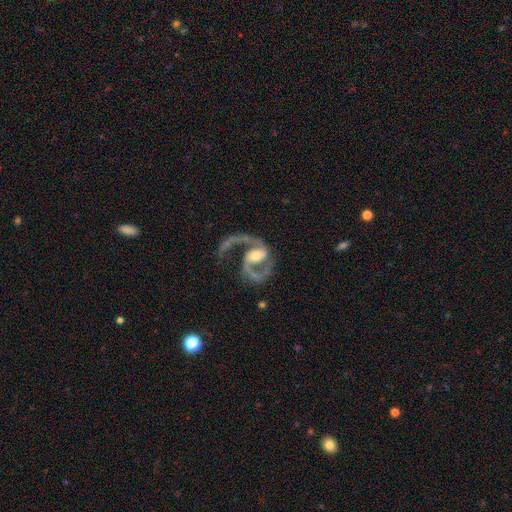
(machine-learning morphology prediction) Overall: featured or disk (92%). Edge-on disk: no (98%). Bar: weak (39%; no 32%). Spiral arms: yes (97%). Spiral arm count: 2 (89%). Spiral winding: medium (54%; loose 37%). Bulge size: moderate (60%; small 30%). Merging: none (56%; major disturbance 25%).